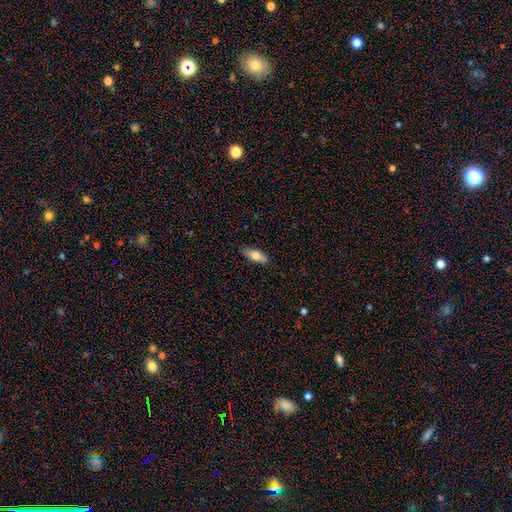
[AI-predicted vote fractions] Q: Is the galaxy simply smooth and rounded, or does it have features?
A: smooth — 73%.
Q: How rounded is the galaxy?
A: in between — 66%.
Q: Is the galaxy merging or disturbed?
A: none — 87%.